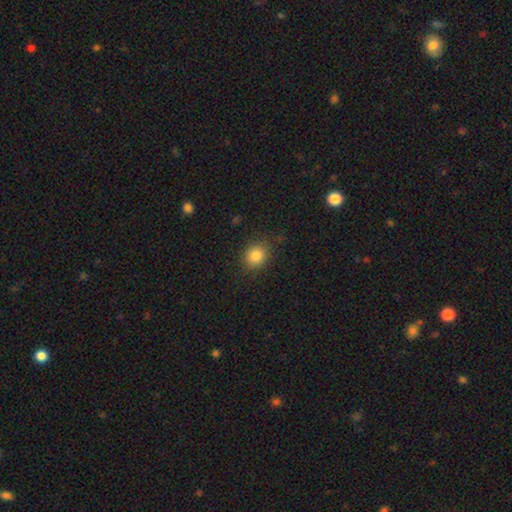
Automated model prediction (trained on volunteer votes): A smooth galaxy with no disk features (83%) that is round (75%). Merging: none (84%).